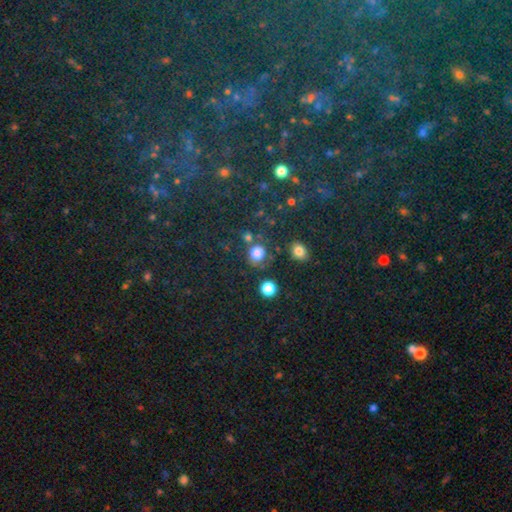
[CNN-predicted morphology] Smooth or featured: star or artifact — 78% (smooth — 12%)